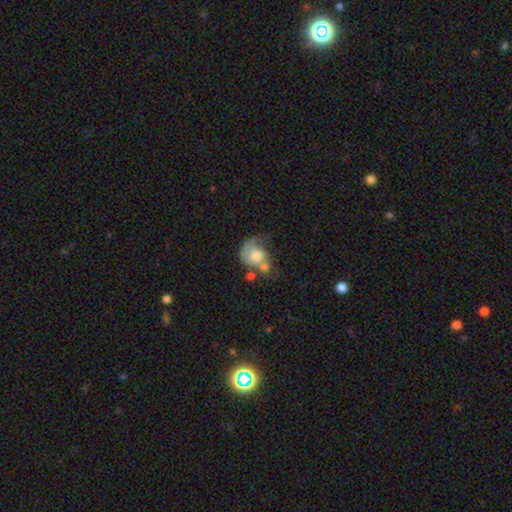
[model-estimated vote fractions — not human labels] This is possibly a smooth galaxy (59%). How rounded: possibly round (57%). Merging: marginally merger (36%).